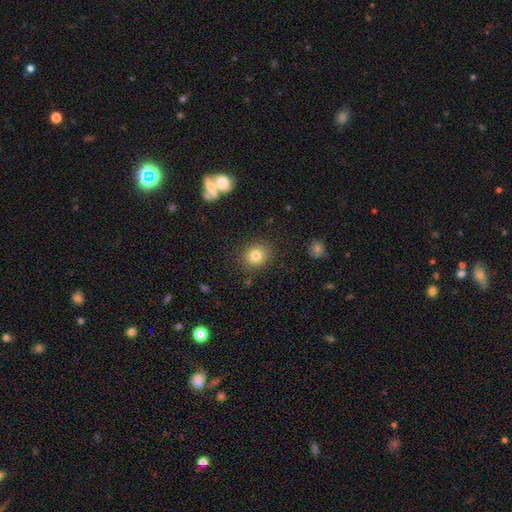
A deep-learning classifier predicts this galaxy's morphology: Smooth or featured: smooth — 80% (star or artifact — 12%)
How rounded: round — 74% (in between — 25%)
Merging: none — 86% (minor disturbance — 9%)